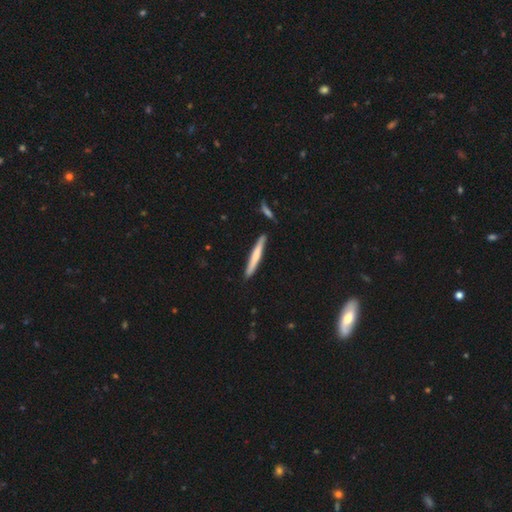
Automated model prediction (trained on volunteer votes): This is likely a smooth galaxy (62%). How rounded: clearly cigar-shaped (95%). Merging: clearly none (85%).